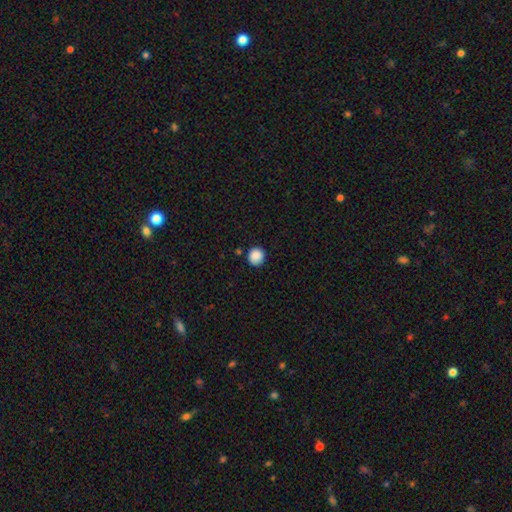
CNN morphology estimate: smooth_or_featured: smooth (p=0.89) [alt: star or artifact p=0.09]
how_rounded: round (p=0.91) [alt: in between p=0.08]
merging: none (p=0.89) [alt: minor disturbance p=0.07]